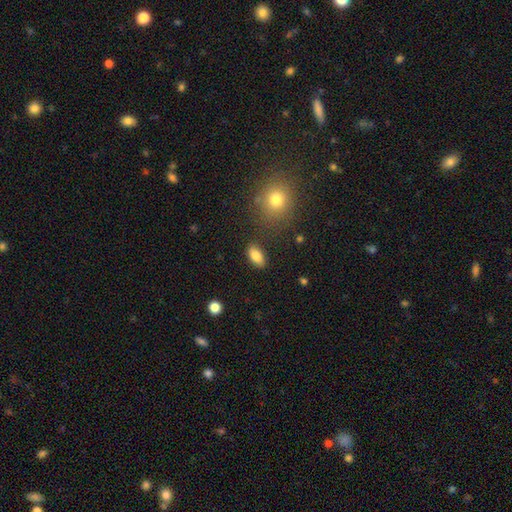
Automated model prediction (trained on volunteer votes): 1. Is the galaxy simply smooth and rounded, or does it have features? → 84% smooth, 8% star or artifact, 8% featured or disk.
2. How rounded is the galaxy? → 90% in between, 5% round, 5% cigar-shaped.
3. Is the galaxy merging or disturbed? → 83% none, 11% minor disturbance, 3% major disturbance, 3% merger.